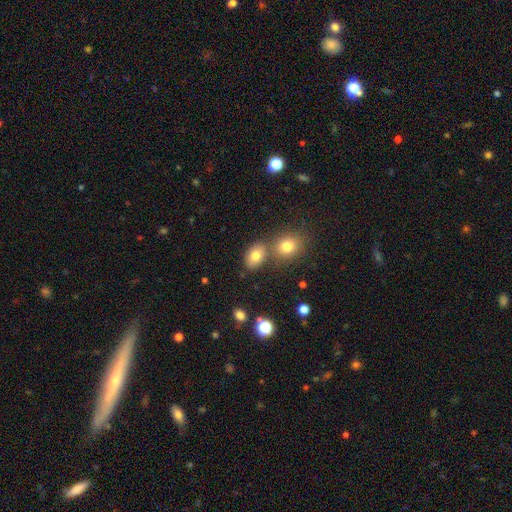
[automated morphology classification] Smooth or featured? Predicted: smooth (p=0.79). How rounded? Predicted: in between (p=0.78). Merging? Predicted: none (p=0.64).